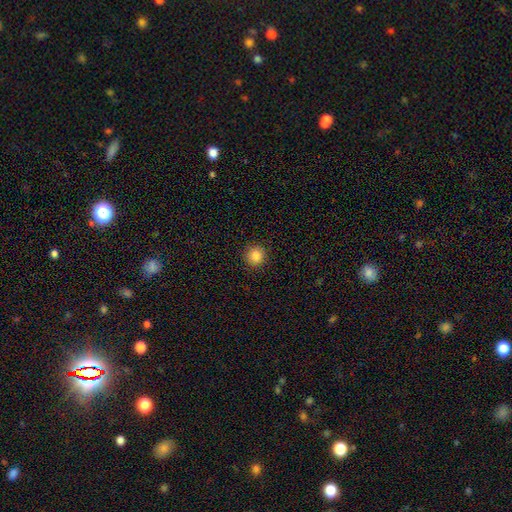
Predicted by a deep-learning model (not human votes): Overall: smooth (86%). How rounded: round (92%). Merging: none (92%).